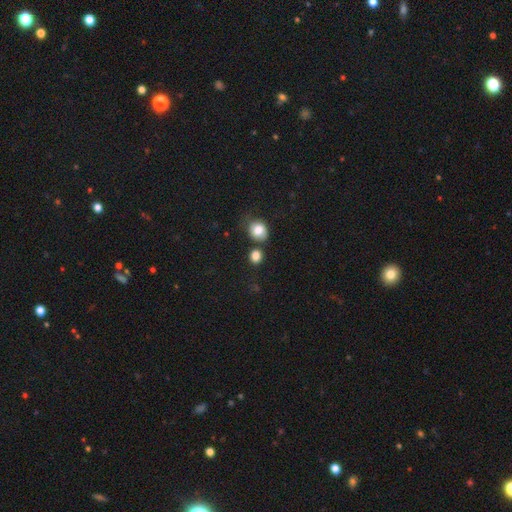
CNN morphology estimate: A smooth galaxy with no disk features (84%) that is round (72%). Merging: none (68%).